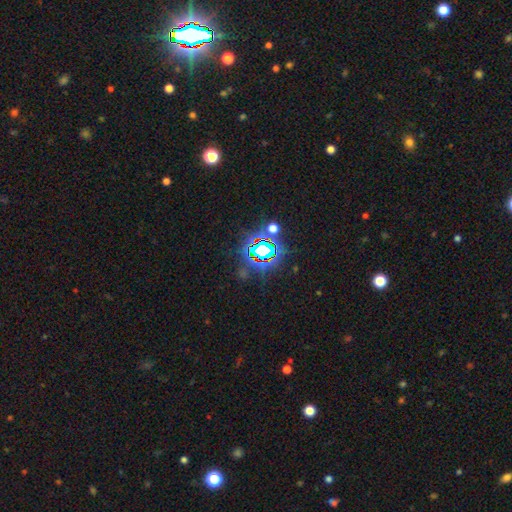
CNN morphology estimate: smooth_or_featured: star or artifact (p=0.80) [alt: smooth p=0.12]